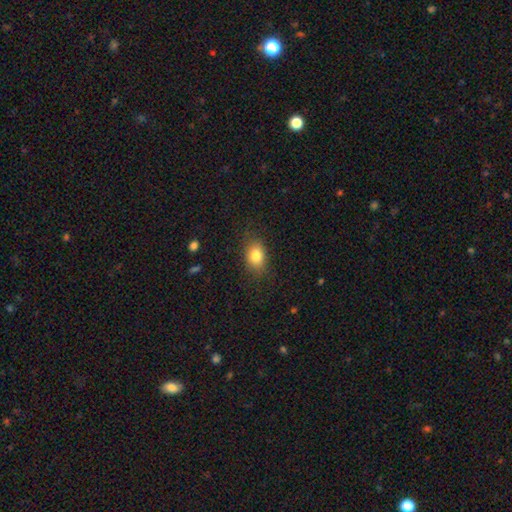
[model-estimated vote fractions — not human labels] Smooth or featured?
  - smooth: 81% *
  - star or artifact: 10%
  - featured or disk: 9%
How rounded?
  - in between: 72% *
  - round: 26%
  - cigar-shaped: 2%
Merging?
  - none: 80% *
  - minor disturbance: 14%
  - major disturbance: 4%
  - merger: 1%